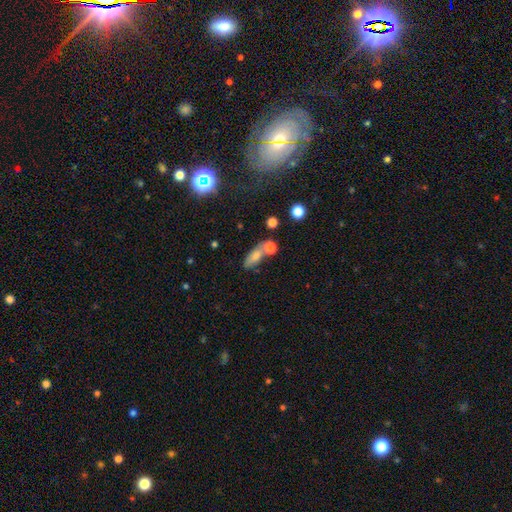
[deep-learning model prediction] A smooth galaxy with no disk features (73%) that is in between round and cigar-shaped (66%).

Vote fractions:
- Smooth or featured? smooth: 73% / featured or disk: 16% / star or artifact: 11%
- How rounded? in between: 66% / cigar-shaped: 25% / round: 9%
- Merging? none: 48% / merger: 29% / minor disturbance: 16% / major disturbance: 7%